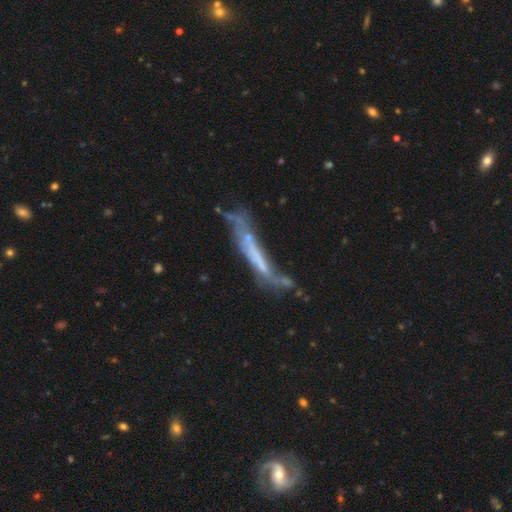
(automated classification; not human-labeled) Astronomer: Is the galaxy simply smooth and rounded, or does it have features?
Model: featured or disk — 55% (runner-up: smooth, 34%).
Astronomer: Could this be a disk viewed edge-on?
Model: yes — 58% (runner-up: no, 42%).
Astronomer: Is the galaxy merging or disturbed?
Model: none — 32% (runner-up: major disturbance, 29%).